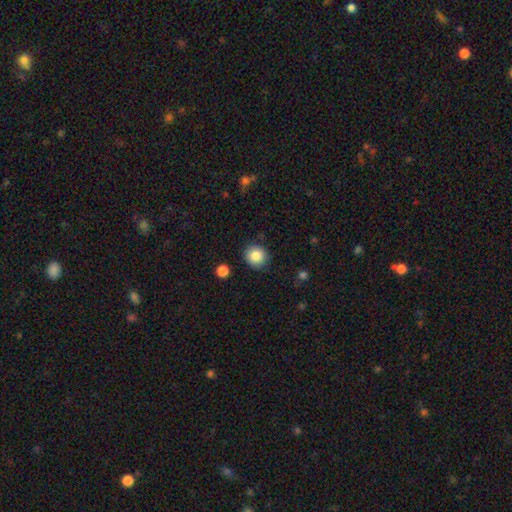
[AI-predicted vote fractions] This appears to be a smooth galaxy with no disk features (85%) that is round (91%). Merging: none (89%).